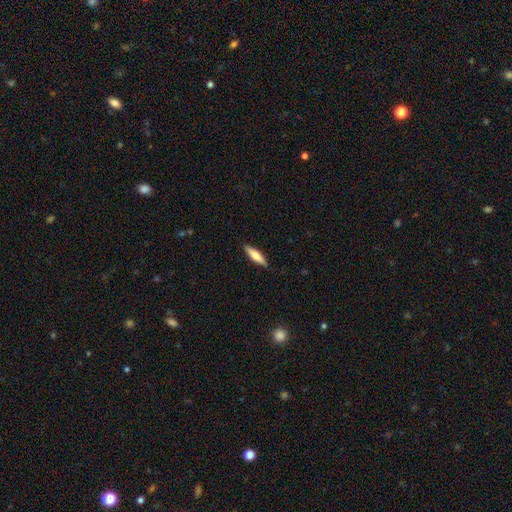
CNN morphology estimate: This is likely a smooth galaxy (65%). How rounded: likely cigar-shaped (75%). Merging: clearly none (88%).